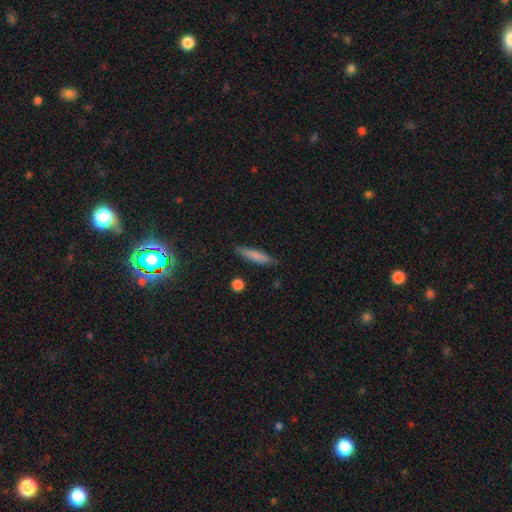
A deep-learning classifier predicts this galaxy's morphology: Overall: smooth (79%). How rounded: cigar-shaped (82%). Merging: none (82%).